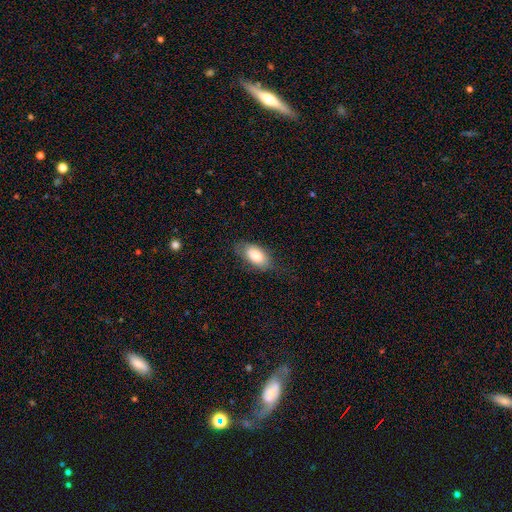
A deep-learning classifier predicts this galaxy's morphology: smooth 80%, featured or disk 14%, star or artifact 6%. Down the decision tree: how rounded — in between (92%); merging — none (71%).